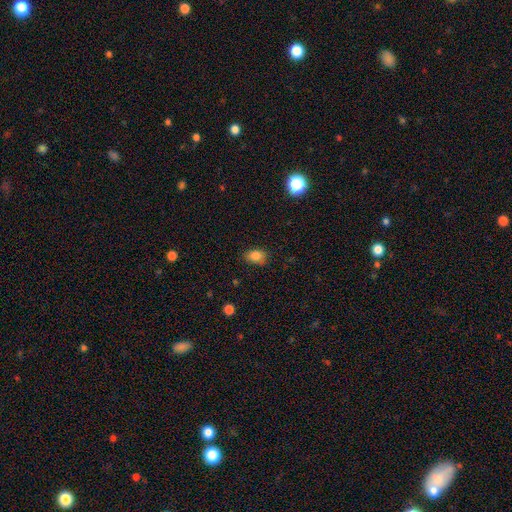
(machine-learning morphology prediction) A smooth galaxy with no disk features (83%) that is in between round and cigar-shaped (72%).

Vote fractions:
- Smooth or featured? smooth: 83% / star or artifact: 10% / featured or disk: 6%
- How rounded? in between: 72% / round: 27% / cigar-shaped: 1%
- Merging? none: 74% / minor disturbance: 21% / major disturbance: 4% / merger: 1%